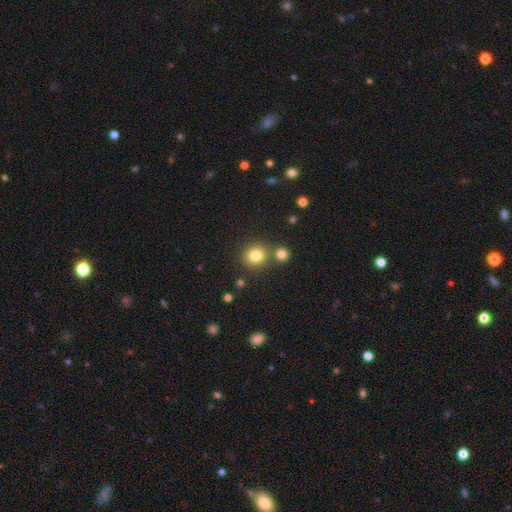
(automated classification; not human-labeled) This is clearly a smooth galaxy (81%). How rounded: clearly round (88%). Merging: likely none (74%).